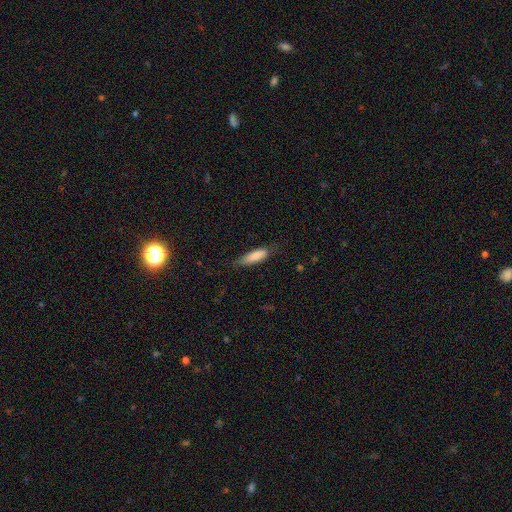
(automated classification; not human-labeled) A smooth galaxy with no disk features (83%) that is cigar-shaped (52%). Merging: none (68%).